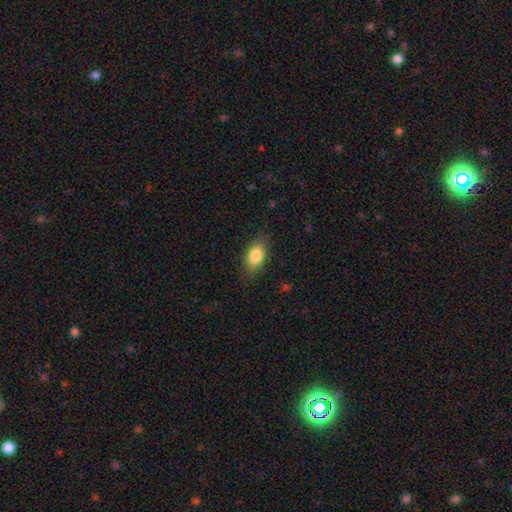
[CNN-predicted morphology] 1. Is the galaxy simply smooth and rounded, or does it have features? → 84% smooth, 9% featured or disk, 7% star or artifact.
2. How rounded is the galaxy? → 88% in between, 9% round, 3% cigar-shaped.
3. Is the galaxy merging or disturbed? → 81% none, 14% minor disturbance, 4% major disturbance, 1% merger.